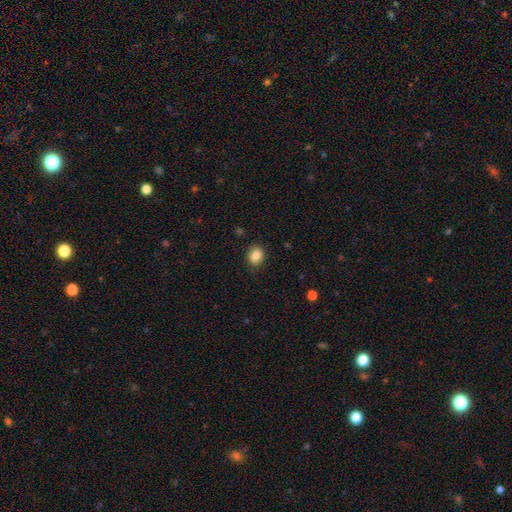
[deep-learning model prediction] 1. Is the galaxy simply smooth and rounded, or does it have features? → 86% smooth, 9% star or artifact, 5% featured or disk.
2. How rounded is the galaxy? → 54% round, 45% in between, 1% cigar-shaped.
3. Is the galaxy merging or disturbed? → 87% none, 9% minor disturbance, 2% major disturbance, 1% merger.